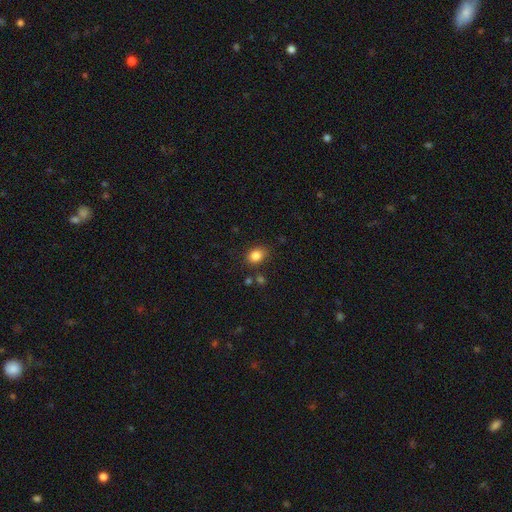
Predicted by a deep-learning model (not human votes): Smooth or featured?
  - smooth: 84% *
  - star or artifact: 10%
  - featured or disk: 6%
How rounded?
  - in between: 63% *
  - round: 36%
  - cigar-shaped: 1%
Merging?
  - none: 81% *
  - minor disturbance: 12%
  - merger: 4%
  - major disturbance: 3%